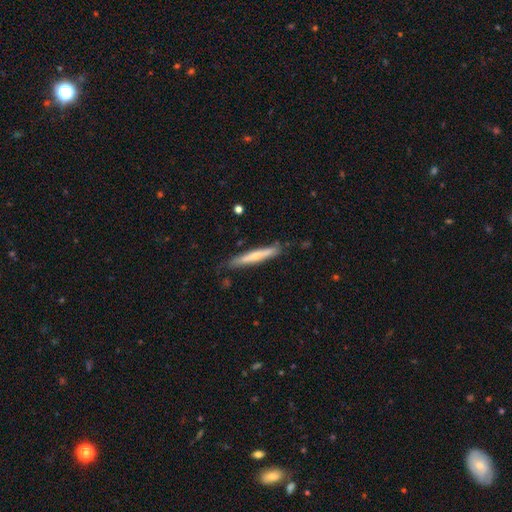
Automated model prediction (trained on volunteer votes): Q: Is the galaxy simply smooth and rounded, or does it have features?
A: smooth — 49%.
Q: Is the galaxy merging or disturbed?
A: none — 82%.